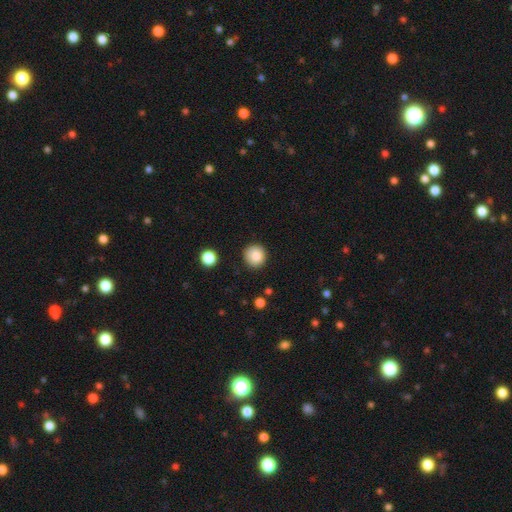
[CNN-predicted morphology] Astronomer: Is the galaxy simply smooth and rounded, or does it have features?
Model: smooth — 85%.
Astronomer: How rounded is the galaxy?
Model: round — 94%.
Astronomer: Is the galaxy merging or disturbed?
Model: none — 90%.